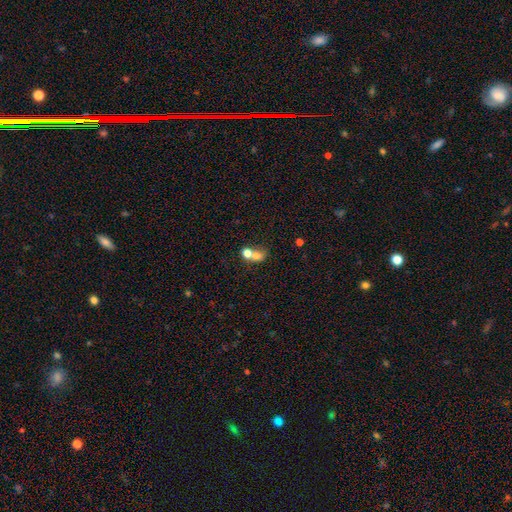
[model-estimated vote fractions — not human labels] Q: Smooth or featured?
A: smooth (71%); runner-up: featured or disk (16%)
Q: How rounded?
A: round (52%); runner-up: in between (46%)
Q: Merging?
A: merger (64%); runner-up: none (25%)